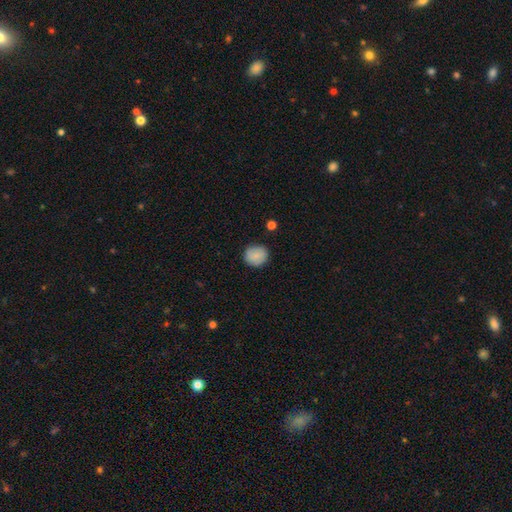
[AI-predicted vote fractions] A smooth galaxy with no disk features (84%) that is round (88%).

Vote fractions:
- Smooth or featured? smooth: 84% / featured or disk: 9% / star or artifact: 7%
- How rounded? round: 88% / in between: 11% / cigar-shaped: 1%
- Merging? none: 86% / minor disturbance: 10% / major disturbance: 2% / merger: 1%